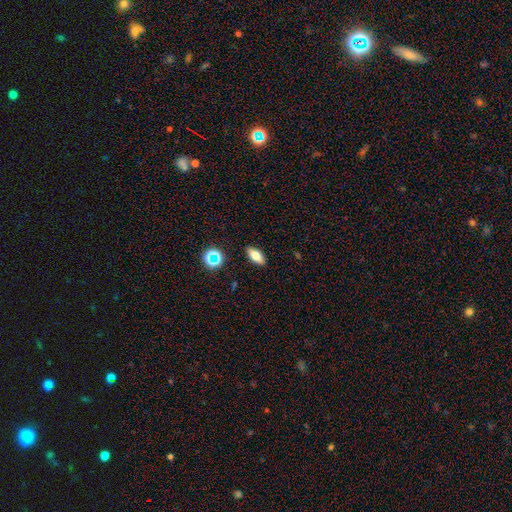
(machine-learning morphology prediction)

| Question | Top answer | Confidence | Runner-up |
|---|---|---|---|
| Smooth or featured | smooth | 71% | featured or disk (18%) |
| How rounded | in between | 81% | cigar-shaped (14%) |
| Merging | none | 89% | minor disturbance (8%) |